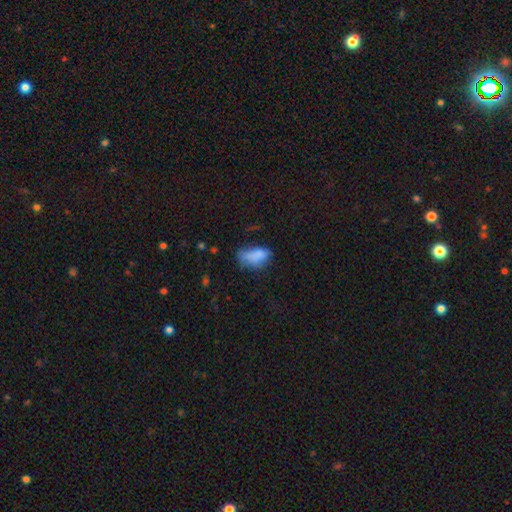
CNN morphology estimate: A smooth galaxy with no disk features (75%) that is in between round and cigar-shaped (88%).

Vote fractions:
- Smooth or featured? smooth: 75% / featured or disk: 14% / star or artifact: 11%
- How rounded? in between: 88% / cigar-shaped: 7% / round: 4%
- Merging? none: 36% / minor disturbance: 32% / major disturbance: 26% / merger: 6%